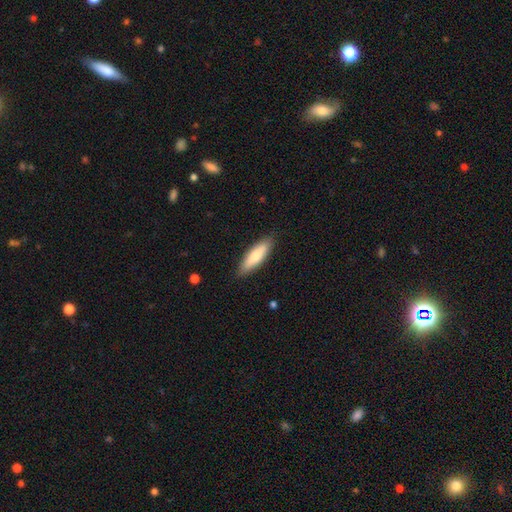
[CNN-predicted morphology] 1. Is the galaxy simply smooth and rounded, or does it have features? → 73% smooth, 22% featured or disk, 5% star or artifact.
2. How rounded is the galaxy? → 54% cigar-shaped, 44% in between, 2% round.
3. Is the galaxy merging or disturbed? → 87% none, 10% minor disturbance, 2% major disturbance, 1% merger.